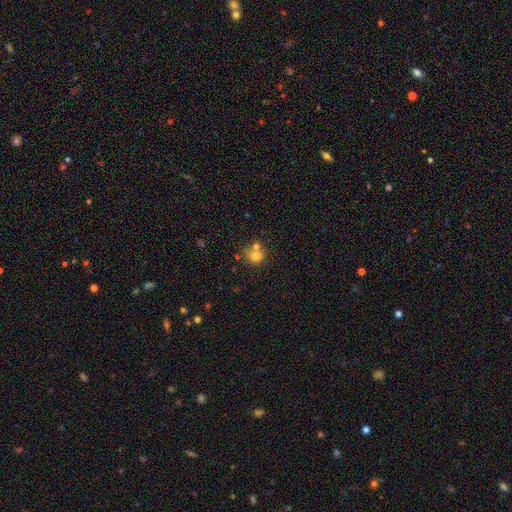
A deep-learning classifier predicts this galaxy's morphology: type=smooth (72%); roundness=round (81%); merging=none (47%).